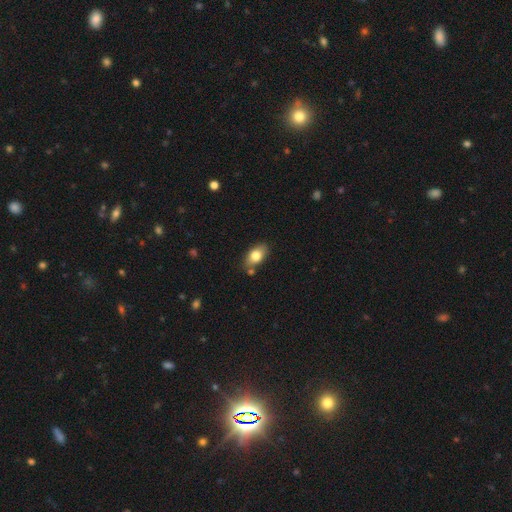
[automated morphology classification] Smooth or featured? Predicted: smooth (p=0.78). How rounded? Predicted: in between (p=0.88). Merging? Predicted: none (p=0.74).